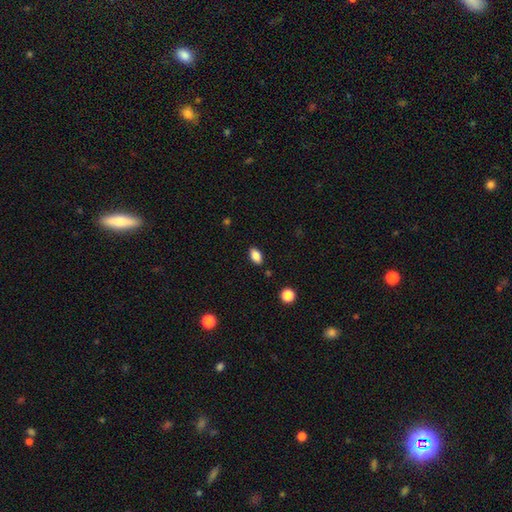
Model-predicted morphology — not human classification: smooth 85%, star or artifact 9%, featured or disk 7%. Down the decision tree: how rounded — in between (91%); merging — none (86%).